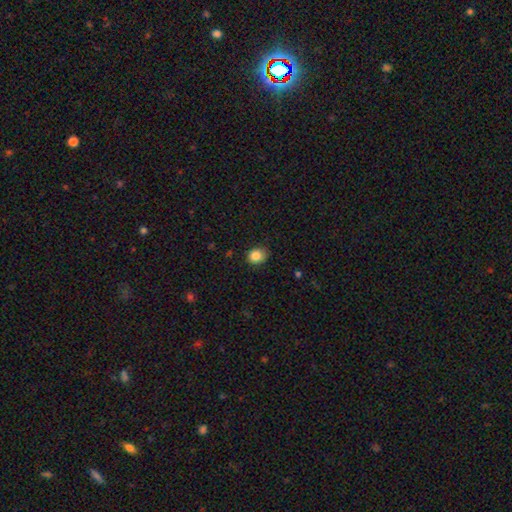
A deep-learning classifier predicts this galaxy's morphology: This appears to be a smooth galaxy with no disk features (85%) that is round (69%). Merging: none (79%).